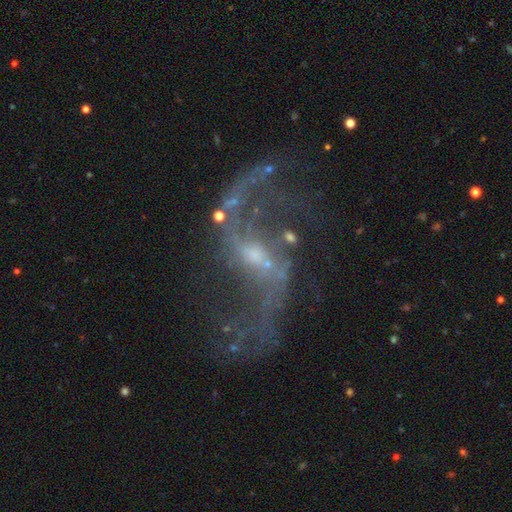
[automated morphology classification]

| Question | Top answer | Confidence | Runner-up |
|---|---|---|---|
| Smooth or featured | featured or disk | 88% | star or artifact (8%) |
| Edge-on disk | no | 97% | yes (3%) |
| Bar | weak | 45% | no (35%) |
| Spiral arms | yes | 93% | no (7%) |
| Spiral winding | loose | 86% | medium (10%) |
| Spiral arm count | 2 | 90% | 1 (3%) |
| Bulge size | small | 61% | moderate (21%) |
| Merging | none | 50% | major disturbance (24%) |